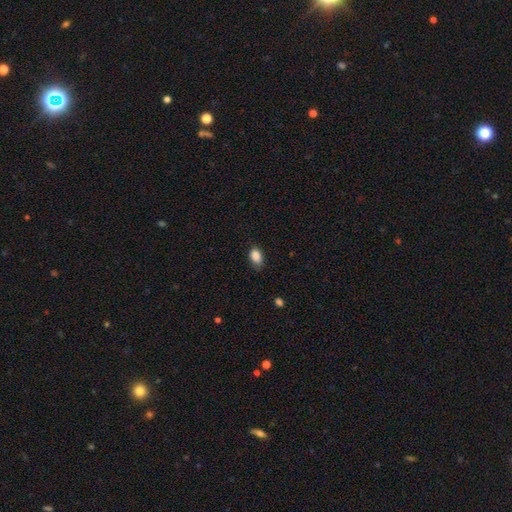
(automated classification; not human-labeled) Smooth or featured?
  - smooth: 87% *
  - star or artifact: 8%
  - featured or disk: 5%
How rounded?
  - in between: 87% *
  - round: 12%
  - cigar-shaped: 2%
Merging?
  - none: 69% *
  - minor disturbance: 25%
  - major disturbance: 5%
  - merger: 1%